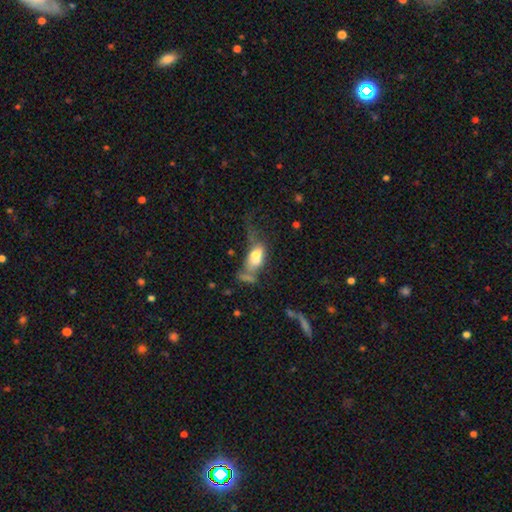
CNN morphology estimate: A smooth galaxy with no disk features (58%) that is in between round and cigar-shaped (82%). Merging: major disturbance (36%).